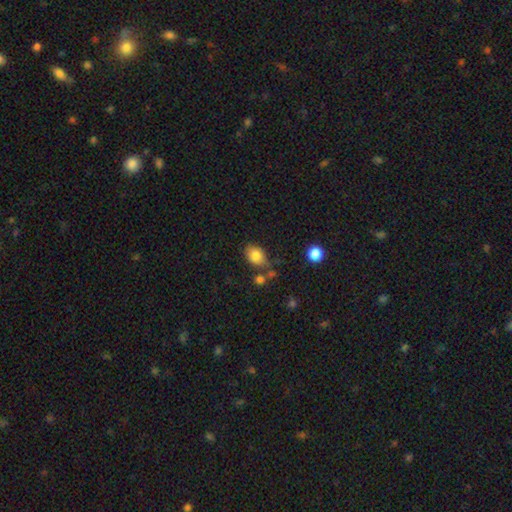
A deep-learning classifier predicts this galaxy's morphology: smooth 81%, featured or disk 10%, star or artifact 9%. Down the decision tree: how rounded — in between (75%); merging — none (63%).